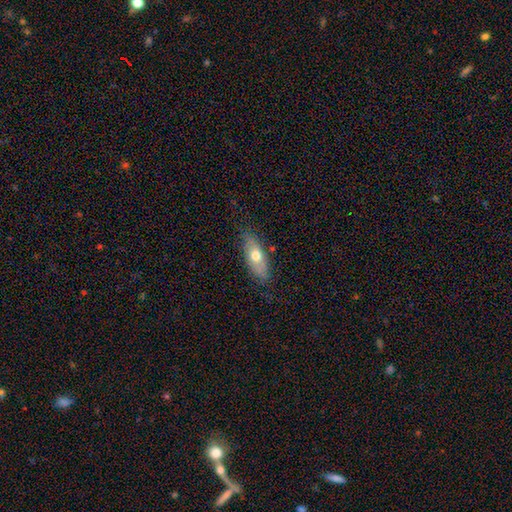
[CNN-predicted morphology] type=smooth (62%); roundness=in between (73%); merging=none (75%).